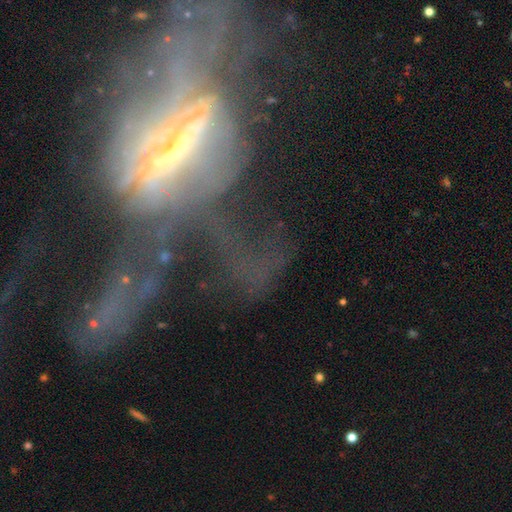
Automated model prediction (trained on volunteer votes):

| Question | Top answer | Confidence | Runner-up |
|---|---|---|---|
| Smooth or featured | featured or disk | 69% | star or artifact (18%) |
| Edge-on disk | no | 66% | yes (34%) |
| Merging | major disturbance | 50% | none (23%) |